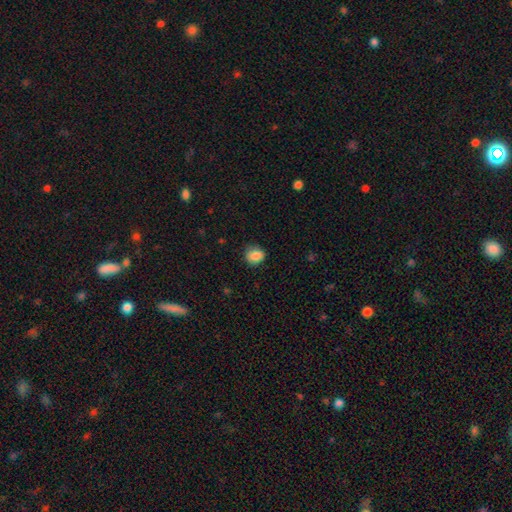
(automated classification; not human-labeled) This is clearly a smooth galaxy (86%). How rounded: likely round (66%). Merging: likely none (74%).